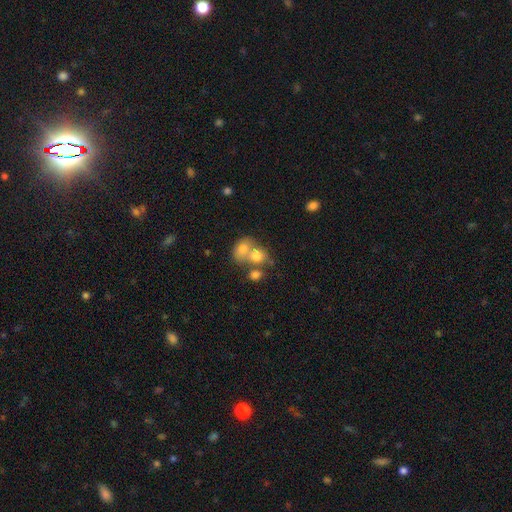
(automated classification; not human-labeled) A smooth galaxy with no disk features (72%) that is round (56%). Merging: merger (61%).